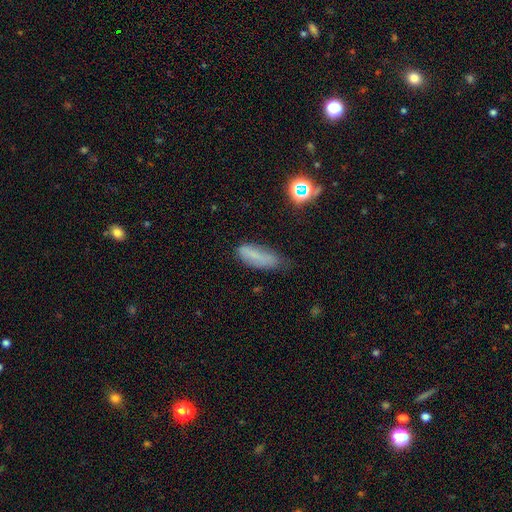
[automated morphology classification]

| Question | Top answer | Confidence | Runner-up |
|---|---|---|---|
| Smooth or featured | smooth | 69% | featured or disk (18%) |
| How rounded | in between | 57% | cigar-shaped (40%) |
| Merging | none | 47% | minor disturbance (37%) |